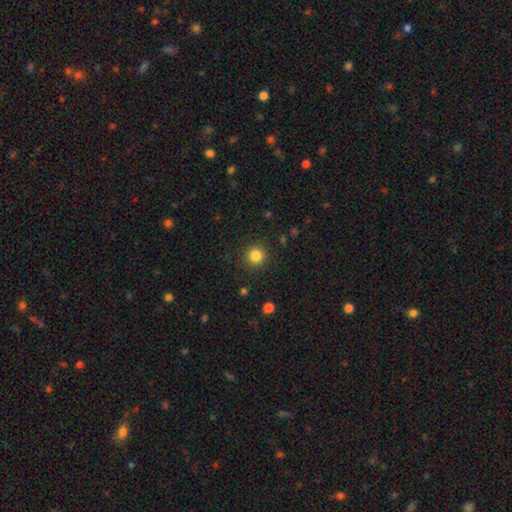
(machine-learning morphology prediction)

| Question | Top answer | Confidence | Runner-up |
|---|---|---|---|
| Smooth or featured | smooth | 84% | star or artifact (12%) |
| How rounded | round | 94% | in between (5%) |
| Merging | none | 90% | minor disturbance (6%) |